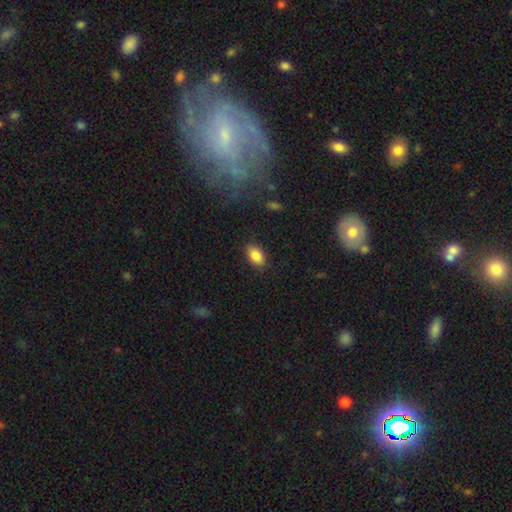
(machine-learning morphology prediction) Smooth or featured?
  - smooth: 87% *
  - star or artifact: 8%
  - featured or disk: 5%
How rounded?
  - in between: 90% *
  - round: 8%
  - cigar-shaped: 2%
Merging?
  - none: 86% *
  - minor disturbance: 10%
  - major disturbance: 3%
  - merger: 1%